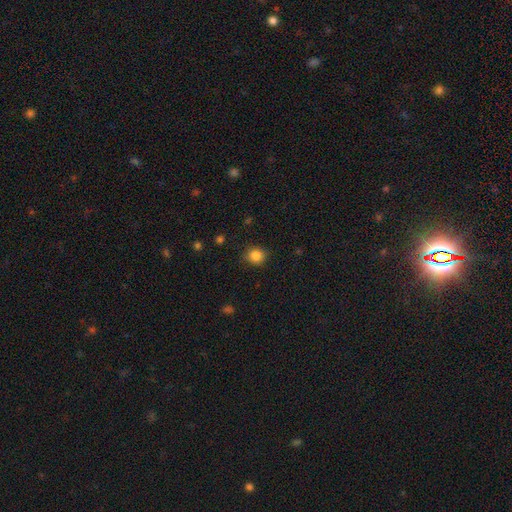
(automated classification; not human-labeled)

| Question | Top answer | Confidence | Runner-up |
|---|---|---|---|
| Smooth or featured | smooth | 85% | star or artifact (11%) |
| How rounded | round | 81% | in between (18%) |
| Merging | none | 85% | minor disturbance (11%) |